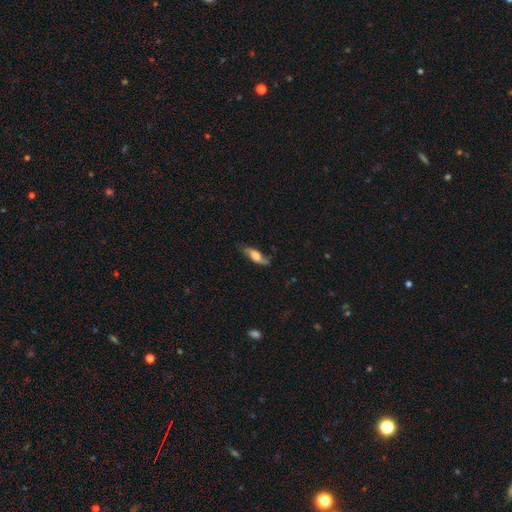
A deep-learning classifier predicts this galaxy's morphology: Smooth or featured?
  - featured or disk: 47% *
  - smooth: 46%
  - star or artifact: 7%
Merging?
  - none: 69% *
  - minor disturbance: 23%
  - major disturbance: 6%
  - merger: 2%